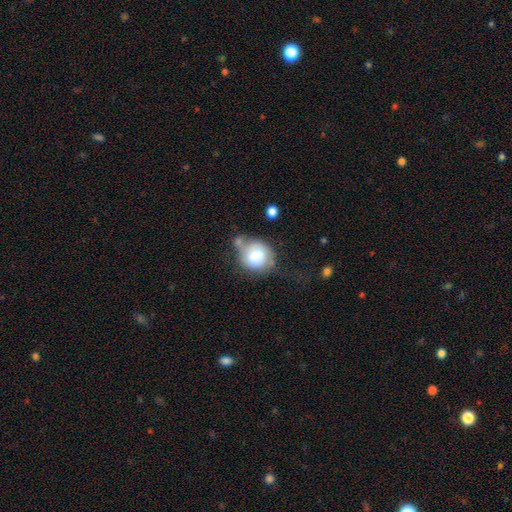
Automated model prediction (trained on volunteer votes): smooth_or_featured: smooth (p=0.69) [alt: featured or disk p=0.24]
how_rounded: round (p=0.77) [alt: in between p=0.21]
merging: none (p=0.30) [alt: minor disturbance p=0.28]